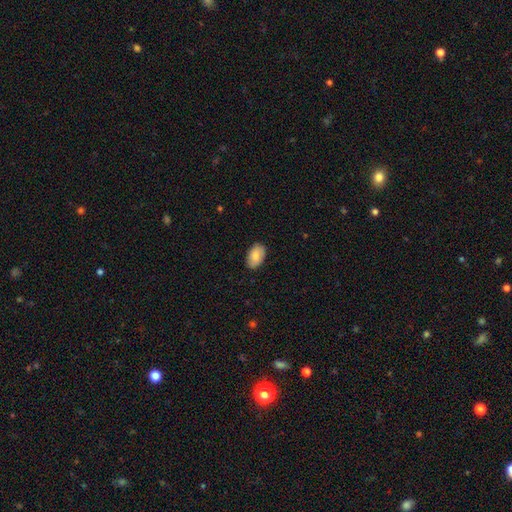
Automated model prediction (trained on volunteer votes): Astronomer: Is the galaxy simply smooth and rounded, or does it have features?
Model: smooth — 83%.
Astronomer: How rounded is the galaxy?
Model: in between — 93%.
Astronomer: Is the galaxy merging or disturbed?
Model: none — 86%.